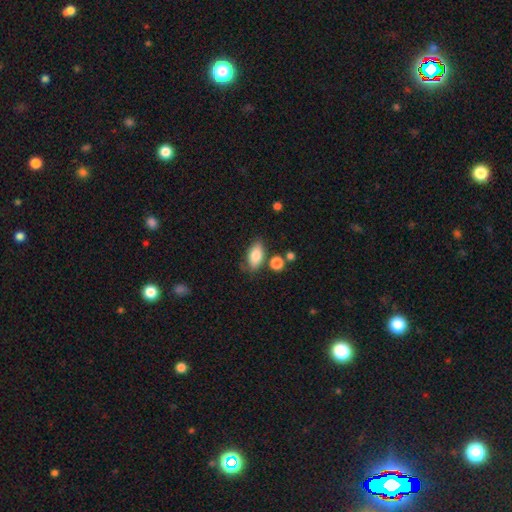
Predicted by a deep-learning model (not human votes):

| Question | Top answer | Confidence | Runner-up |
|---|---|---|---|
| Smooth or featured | smooth | 81% | featured or disk (11%) |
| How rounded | in between | 88% | round (6%) |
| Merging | none | 70% | minor disturbance (18%) |